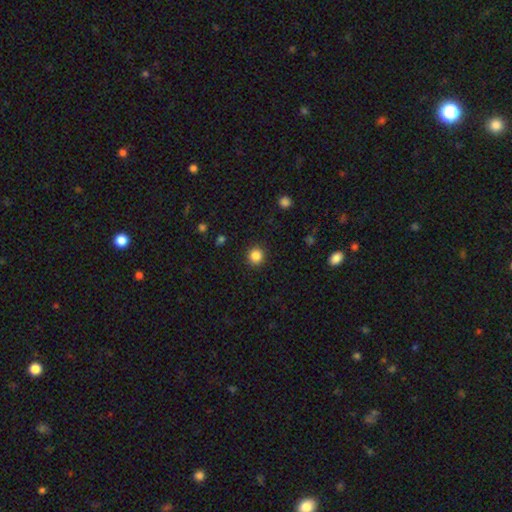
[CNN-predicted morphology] smooth-or-featured: smooth: 85% | star or artifact: 11% | featured or disk: 4%
  how-rounded: round: 93% | in between: 6% | cigar-shaped: 1%
  merging: none: 91% | minor disturbance: 5% | major disturbance: 2% | merger: 1%